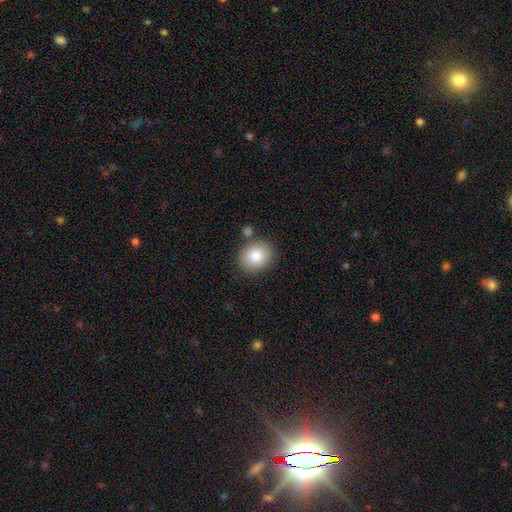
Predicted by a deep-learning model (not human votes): Smooth or featured: smooth — 82% (featured or disk — 10%)
How rounded: round — 61% (in between — 38%)
Merging: none — 78% (minor disturbance — 11%)